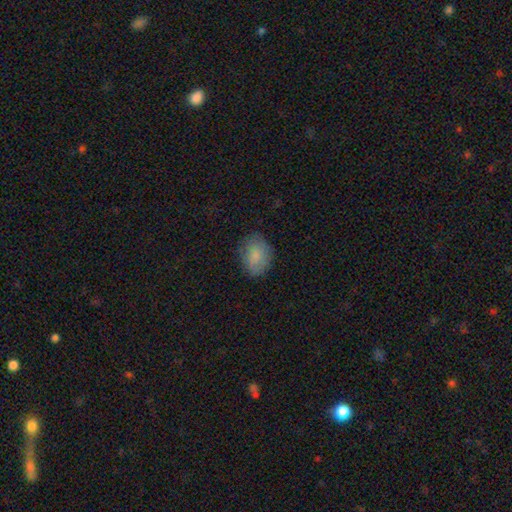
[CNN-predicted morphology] Smooth or featured? Predicted: smooth (p=0.83). How rounded? Predicted: in between (p=0.69). Merging? Predicted: none (p=0.77).